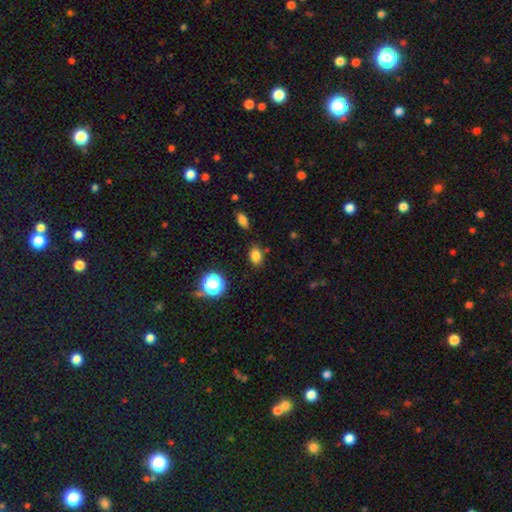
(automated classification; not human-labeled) Morphology: type=smooth (80%); roundness=in between (69%); merging=none (79%).